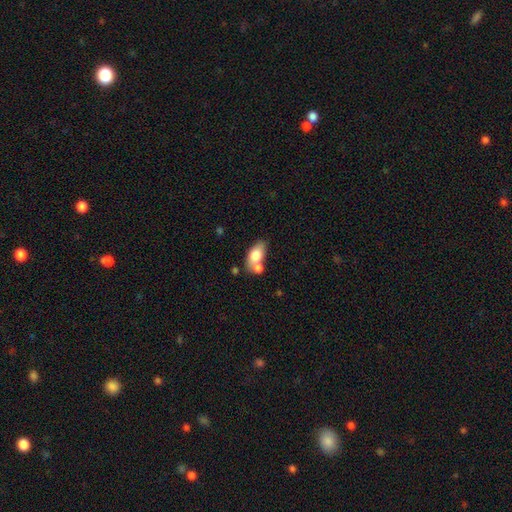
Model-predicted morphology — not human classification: This appears to be a smooth galaxy with no disk features (74%) that is in between round and cigar-shaped (87%). Merging: merger (40%, tied with none).